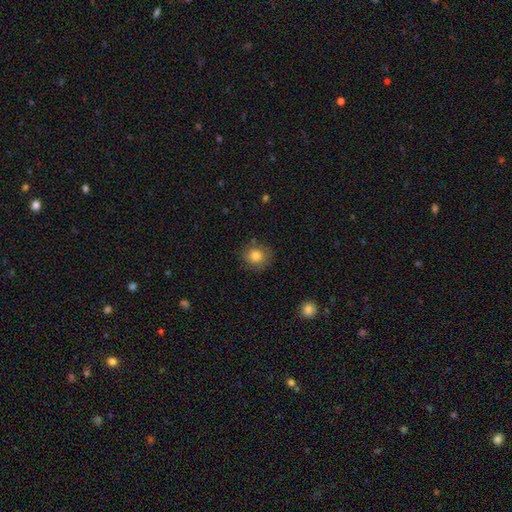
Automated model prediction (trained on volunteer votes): Smooth or featured? smooth (80%)
How rounded? round (80%)
Merging? none (81%)